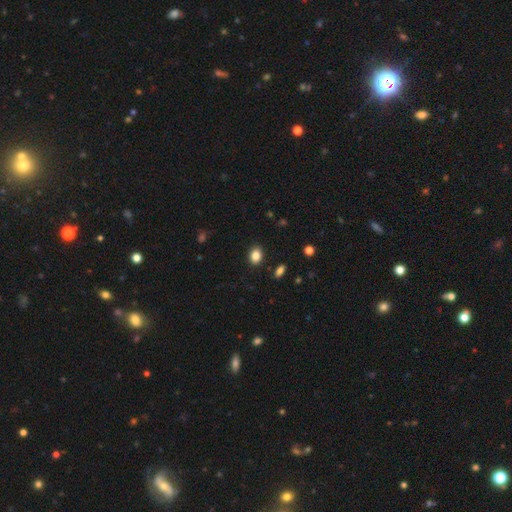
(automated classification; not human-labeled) smooth-or-featured: smooth: 85% | star or artifact: 10% | featured or disk: 5%
  how-rounded: in between: 64% | round: 34% | cigar-shaped: 1%
  merging: none: 88% | minor disturbance: 8% | major disturbance: 2% | merger: 2%